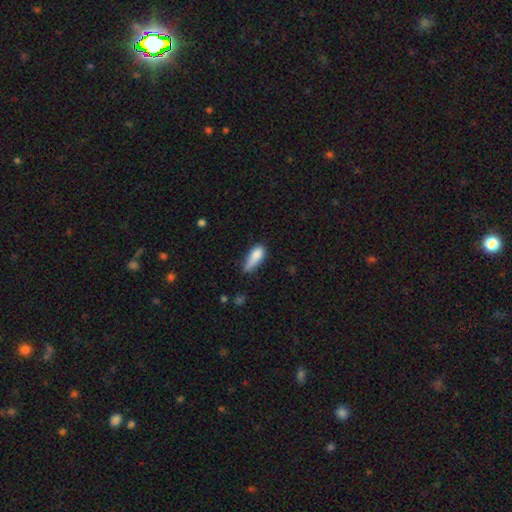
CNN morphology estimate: Smooth or featured? smooth (82%)
How rounded? in between (70%)
Merging? minor disturbance (43%)